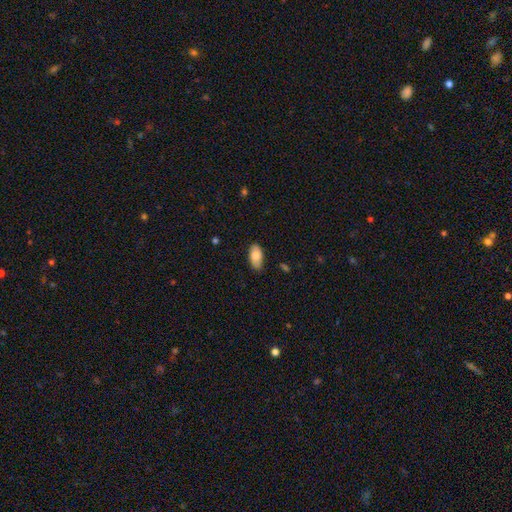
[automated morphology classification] type=smooth (84%); roundness=in between (94%); merging=none (81%).